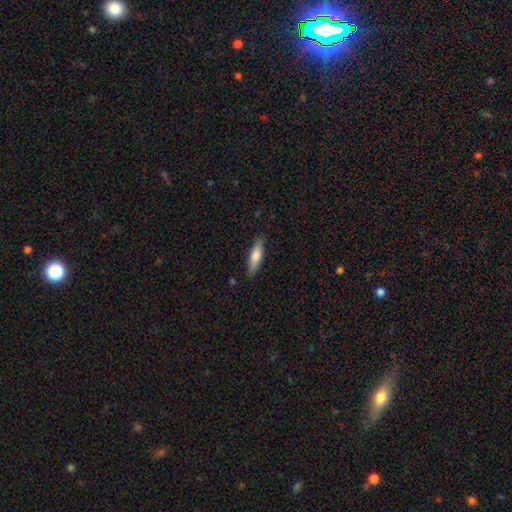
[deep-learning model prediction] smooth_or_featured: smooth (p=0.73) [alt: featured or disk p=0.21]
how_rounded: cigar-shaped (p=0.59) [alt: in between p=0.39]
merging: none (p=0.86) [alt: minor disturbance p=0.10]